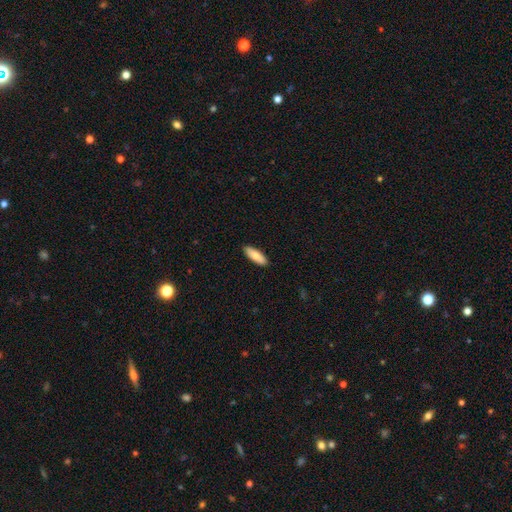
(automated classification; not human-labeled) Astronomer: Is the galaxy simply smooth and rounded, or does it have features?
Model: smooth — 83%.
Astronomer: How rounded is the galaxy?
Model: in between — 60% (runner-up: cigar-shaped, 39%).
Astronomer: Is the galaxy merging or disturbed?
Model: none — 89%.